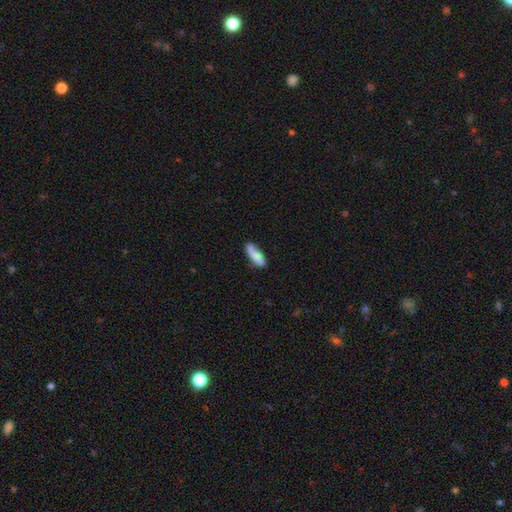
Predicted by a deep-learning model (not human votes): Q: Smooth or featured?
A: smooth (81%); runner-up: featured or disk (13%)
Q: How rounded?
A: in between (56%); runner-up: cigar-shaped (42%)
Q: Merging?
A: none (76%); runner-up: minor disturbance (19%)